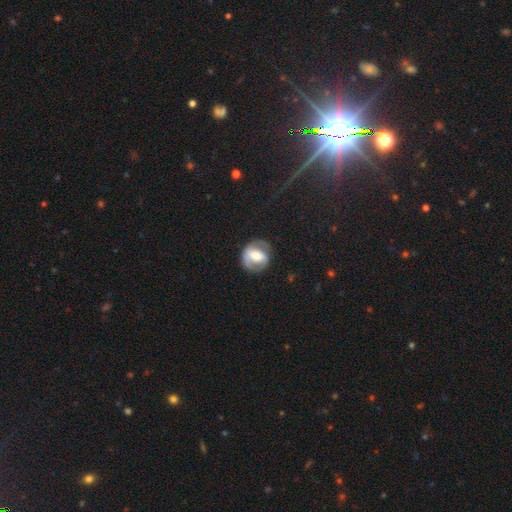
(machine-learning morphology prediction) This appears to be a featured or disk galaxy (54%) with a strong bar (37%), spiral arms (54%) and a moderate central bulge (52%). Merging: none (66%).